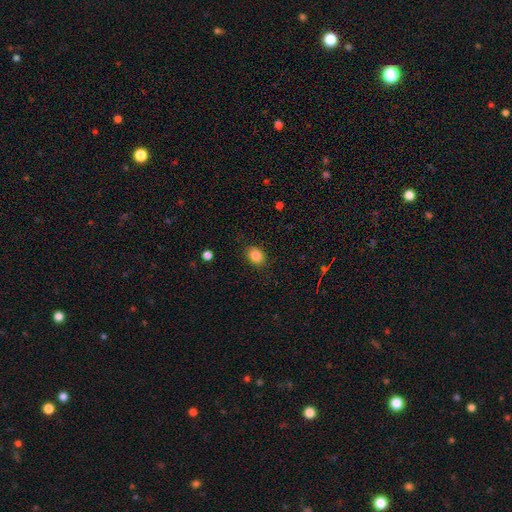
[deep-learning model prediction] Smooth or featured? smooth (86%)
How rounded? in between (57%)
Merging? none (87%)